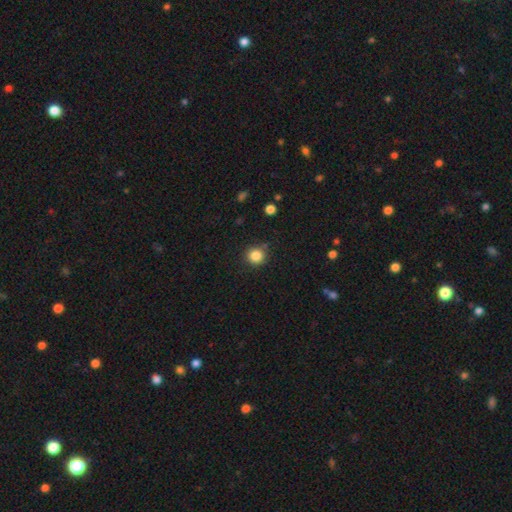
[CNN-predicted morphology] This is clearly a smooth galaxy (85%). How rounded: clearly round (92%). Merging: clearly none (87%).